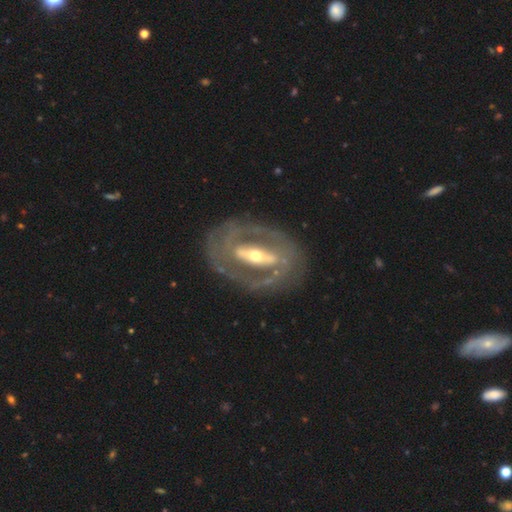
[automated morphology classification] This appears to be a featured or disk galaxy (81%) with a strong bar (60%), no spiral arms (50%, tied with yes) and a moderate central bulge (55%). Merging: none (75%).